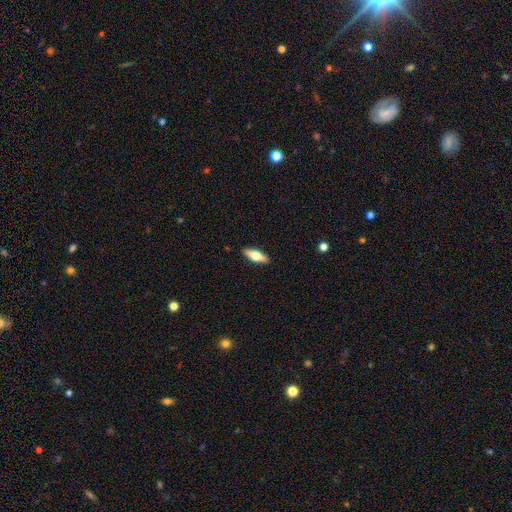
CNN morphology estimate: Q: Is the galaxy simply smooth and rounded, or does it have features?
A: smooth — 53%.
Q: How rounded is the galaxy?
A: in between — 54%.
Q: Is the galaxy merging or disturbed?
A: none — 90%.